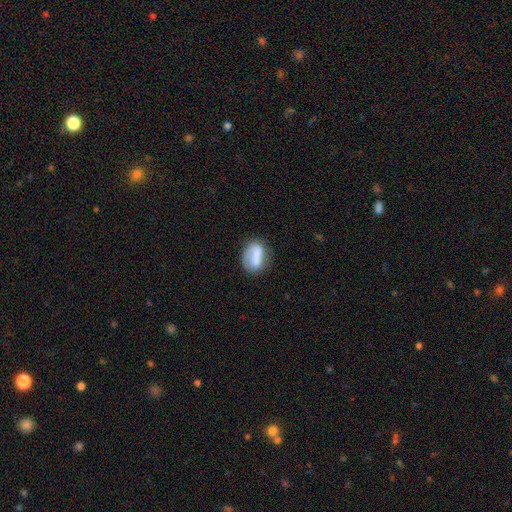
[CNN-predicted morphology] Smooth or featured?
  - smooth: 73% *
  - featured or disk: 19%
  - star or artifact: 8%
How rounded?
  - in between: 76% *
  - round: 15%
  - cigar-shaped: 8%
Merging?
  - none: 64% *
  - minor disturbance: 23%
  - major disturbance: 9%
  - merger: 4%